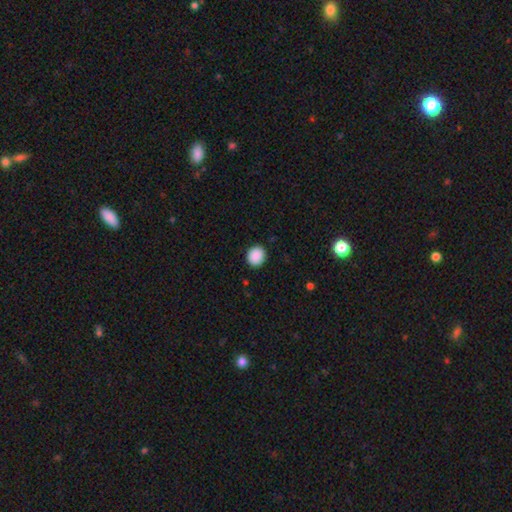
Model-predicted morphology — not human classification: Smooth or featured? Predicted: smooth (p=0.90). How rounded? Predicted: round (p=0.77). Merging? Predicted: none (p=0.91).